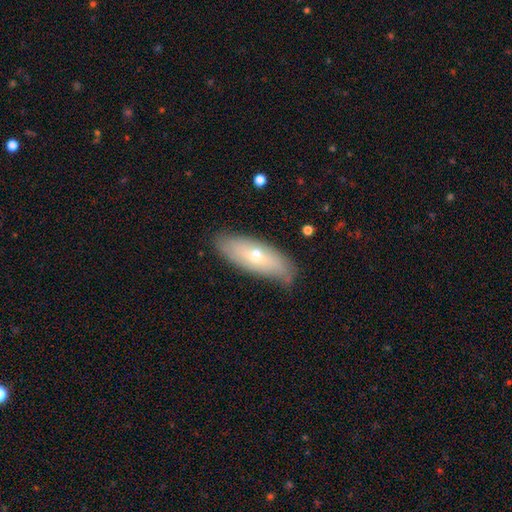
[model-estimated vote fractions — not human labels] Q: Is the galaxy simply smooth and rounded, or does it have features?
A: smooth — 56%.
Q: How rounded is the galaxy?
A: in between — 66%.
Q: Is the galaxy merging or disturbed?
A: none — 74%.